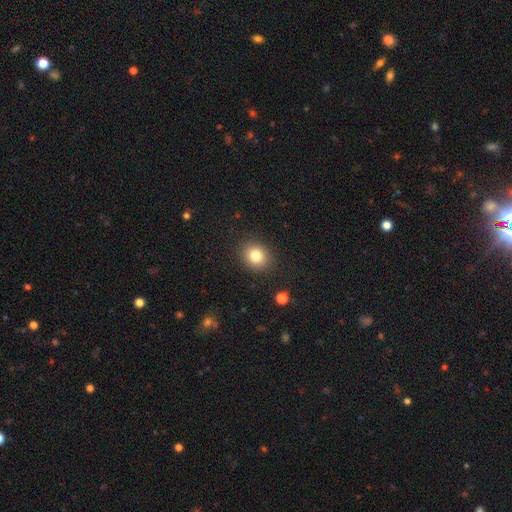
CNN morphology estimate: Smooth or featured: smooth — 82% (star or artifact — 11%)
How rounded: round — 68% (in between — 31%)
Merging: none — 89% (minor disturbance — 8%)